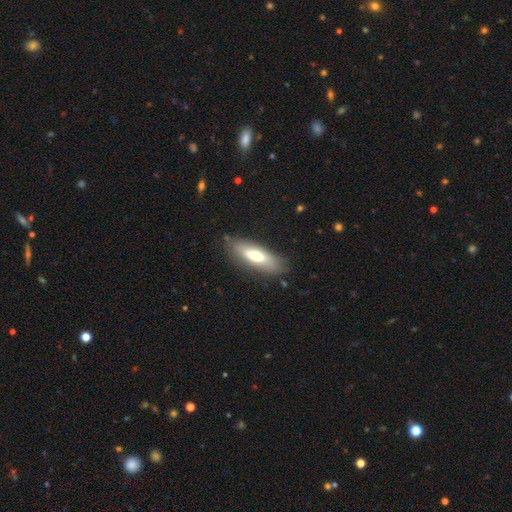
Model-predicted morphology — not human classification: Smooth or featured?
  - smooth: 63% *
  - featured or disk: 31%
  - star or artifact: 6%
How rounded?
  - in between: 59% *
  - cigar-shaped: 39%
  - round: 2%
Merging?
  - none: 80% *
  - minor disturbance: 14%
  - major disturbance: 4%
  - merger: 2%